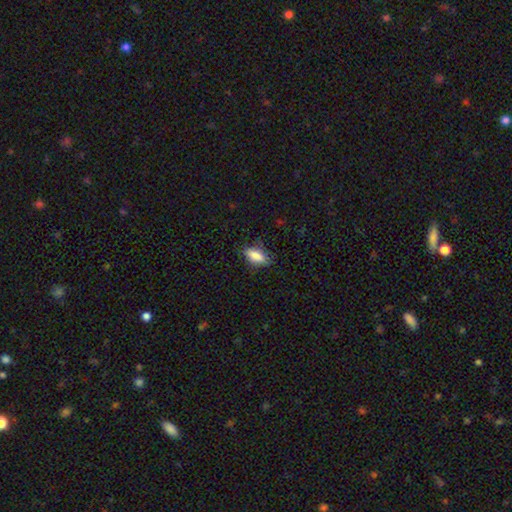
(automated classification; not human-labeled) Smooth or featured: smooth — 82% (featured or disk — 10%)
How rounded: in between — 83% (cigar-shaped — 14%)
Merging: none — 71% (minor disturbance — 23%)